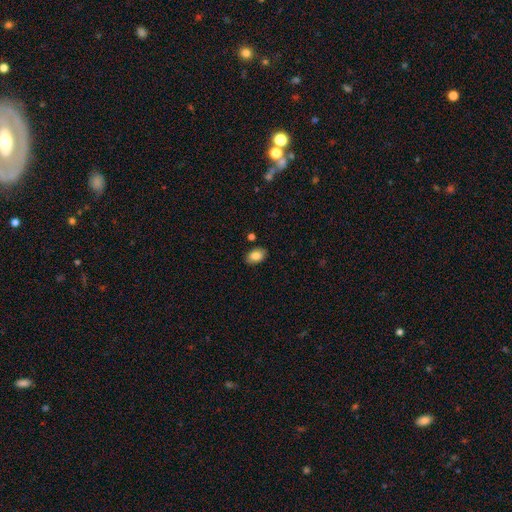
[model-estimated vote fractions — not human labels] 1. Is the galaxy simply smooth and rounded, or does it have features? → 84% smooth, 8% featured or disk, 8% star or artifact.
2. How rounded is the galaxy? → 87% in between, 12% round, 1% cigar-shaped.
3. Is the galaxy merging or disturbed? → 86% none, 9% minor disturbance, 2% merger, 2% major disturbance.